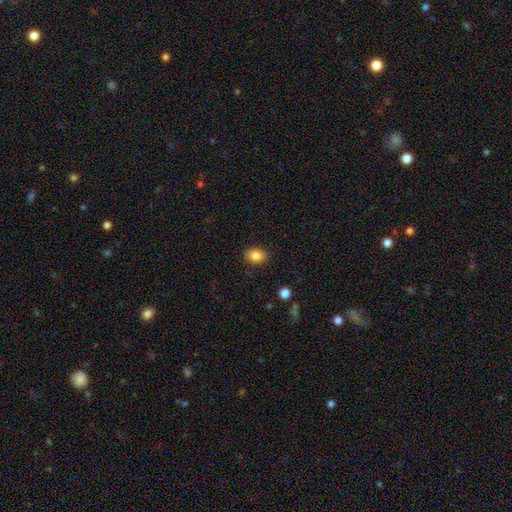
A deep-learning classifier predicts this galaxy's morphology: Overall: smooth (85%). How rounded: in between (69%; round 30%). Merging: none (89%).